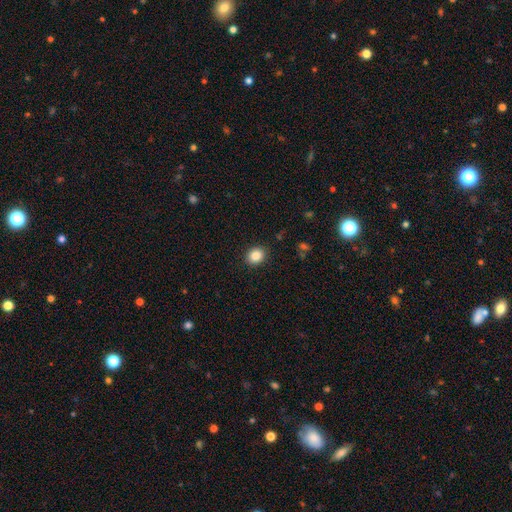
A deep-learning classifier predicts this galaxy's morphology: Q: Smooth or featured?
A: smooth (86%); runner-up: star or artifact (10%)
Q: How rounded?
A: round (64%); runner-up: in between (35%)
Q: Merging?
A: none (90%); runner-up: minor disturbance (7%)